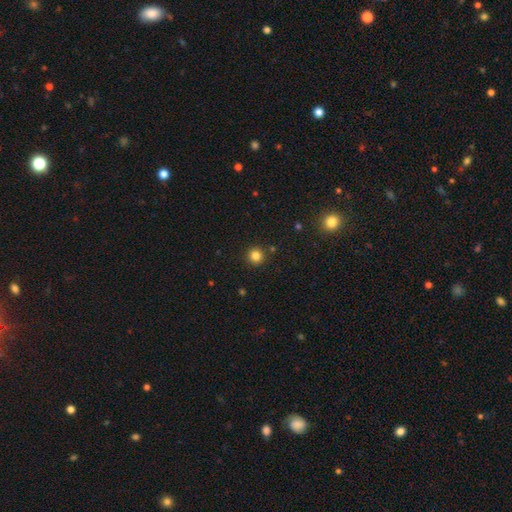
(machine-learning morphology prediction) smooth-or-featured: smooth: 83% | star or artifact: 13% | featured or disk: 5%
  how-rounded: round: 94% | in between: 5% | cigar-shaped: 1%
  merging: none: 90% | minor disturbance: 5% | merger: 2% | major disturbance: 2%